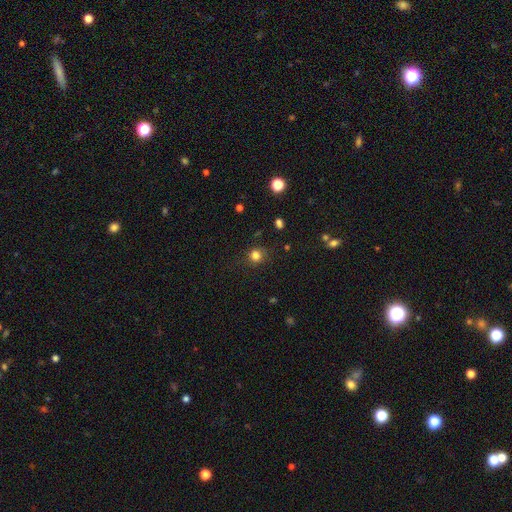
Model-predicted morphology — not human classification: smooth_or_featured: smooth (p=0.81) [alt: star or artifact p=0.14]
how_rounded: round (p=0.87) [alt: in between p=0.12]
merging: none (p=0.83) [alt: minor disturbance p=0.12]